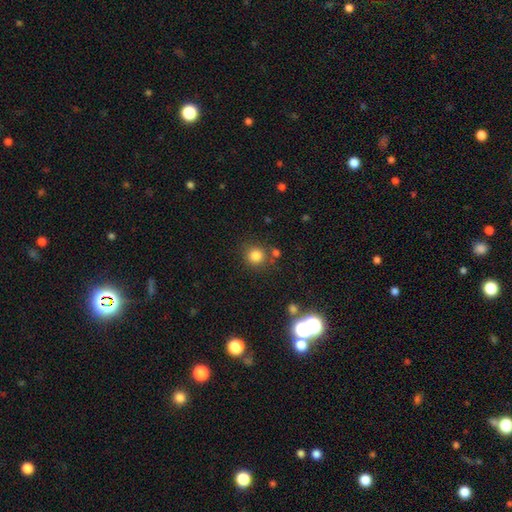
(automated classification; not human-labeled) Q: Smooth or featured?
A: smooth (82%); runner-up: star or artifact (13%)
Q: How rounded?
A: round (90%); runner-up: in between (9%)
Q: Merging?
A: none (77%); runner-up: minor disturbance (10%)